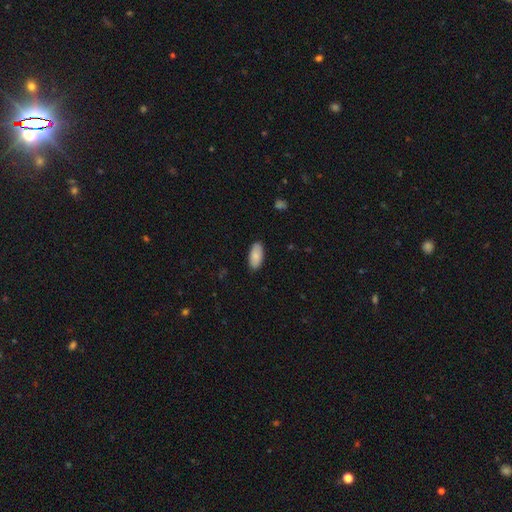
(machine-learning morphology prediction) Smooth or featured: smooth — 86% (featured or disk — 8%)
How rounded: in between — 92% (cigar-shaped — 6%)
Merging: none — 88% (minor disturbance — 9%)